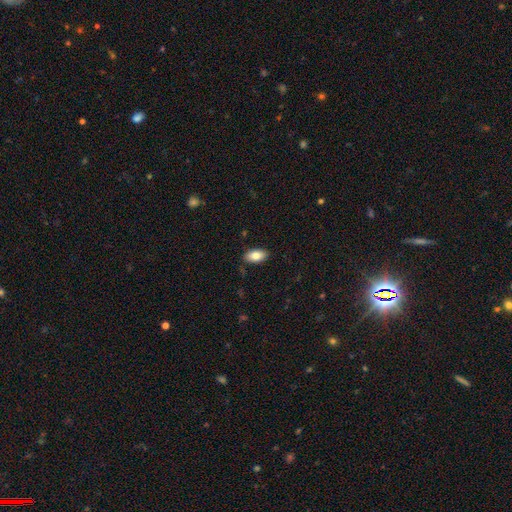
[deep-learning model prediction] A smooth galaxy with no disk features (81%) that is in between round and cigar-shaped (94%). Merging: none (87%).